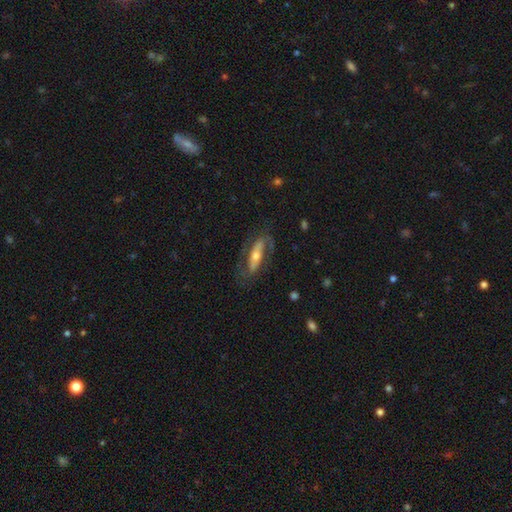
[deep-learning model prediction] This is likely a featured or disk galaxy (72%). It is likely not viewed edge-on (78%). Bar: marginally strong (42%). Spiral arm pattern: likely yes (80%). Central bulge: possibly moderate (54%). Merging: likely none (71%).